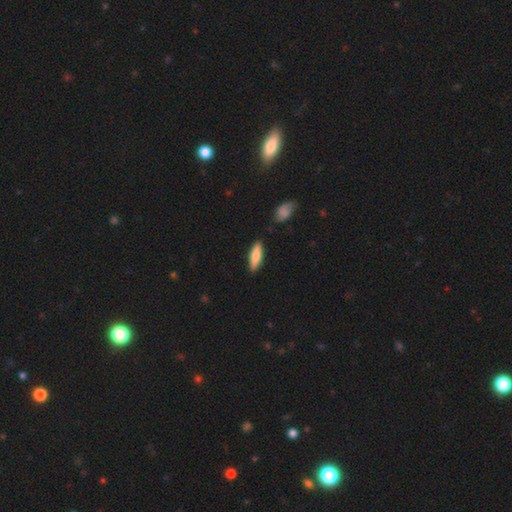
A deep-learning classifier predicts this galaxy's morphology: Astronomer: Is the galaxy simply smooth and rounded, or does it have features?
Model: smooth — 78%.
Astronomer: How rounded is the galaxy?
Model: cigar-shaped — 51% (runner-up: in between, 48%).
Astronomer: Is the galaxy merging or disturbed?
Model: none — 84%.